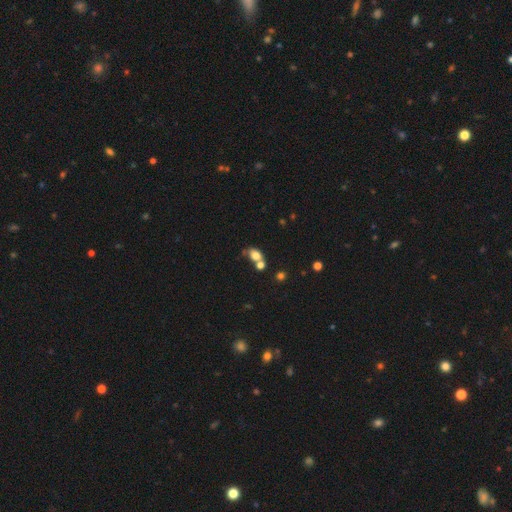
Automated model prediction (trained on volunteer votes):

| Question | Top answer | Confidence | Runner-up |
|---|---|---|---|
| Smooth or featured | smooth | 74% | featured or disk (13%) |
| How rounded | in between | 65% | round (33%) |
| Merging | merger | 41% | none (38%) |